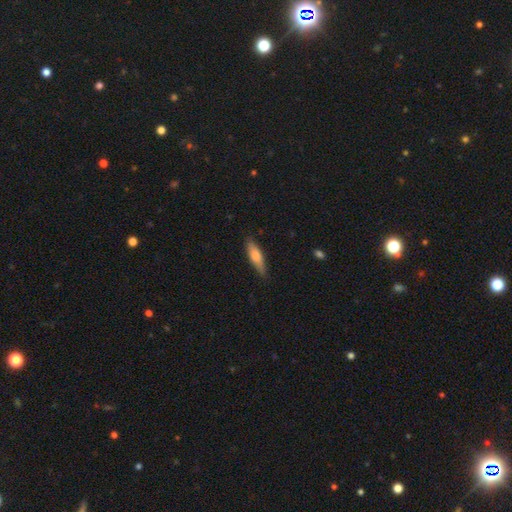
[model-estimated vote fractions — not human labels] smooth 65%, featured or disk 29%, star or artifact 6%. Down the decision tree: how rounded — cigar-shaped (63%); merging — none (82%).